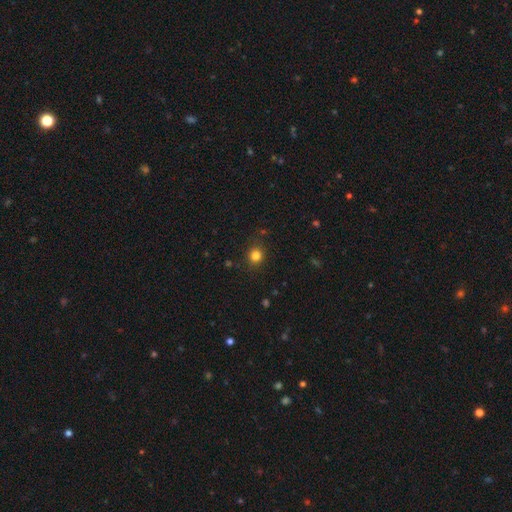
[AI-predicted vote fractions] Smooth or featured?
  - smooth: 81% *
  - star or artifact: 14%
  - featured or disk: 5%
How rounded?
  - round: 85% *
  - in between: 14%
  - cigar-shaped: 1%
Merging?
  - none: 87% *
  - minor disturbance: 9%
  - major disturbance: 3%
  - merger: 1%